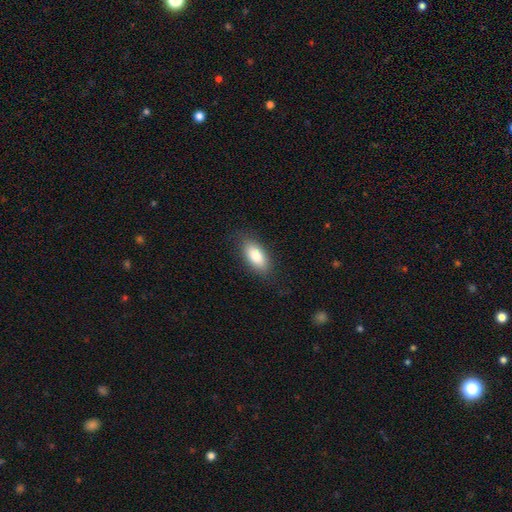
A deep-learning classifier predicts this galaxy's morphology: The model was most divided on "merging": none: 83%, minor disturbance: 13%, major disturbance: 4%, merger: 1%. More confident: how rounded — in between (88%); smooth or featured — smooth (84%).